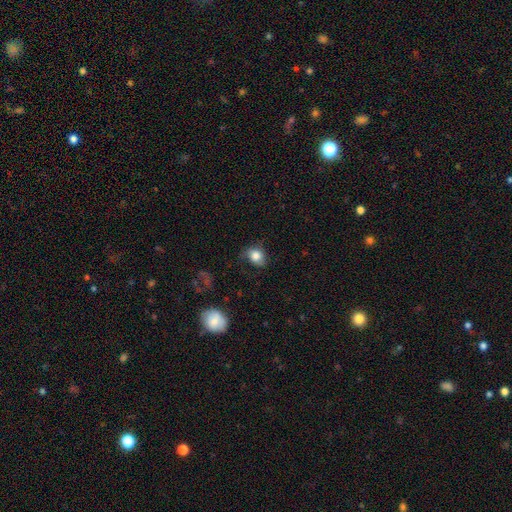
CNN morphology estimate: Overall: smooth (80%). How rounded: round (52%; in between 47%). Merging: none (55%; minor disturbance 29%).